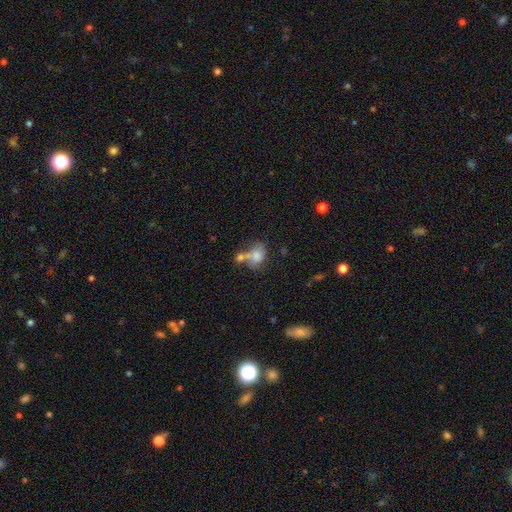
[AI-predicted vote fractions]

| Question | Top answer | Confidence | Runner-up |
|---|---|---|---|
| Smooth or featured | smooth | 70% | featured or disk (20%) |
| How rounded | in between | 67% | round (32%) |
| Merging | merger | 45% | none (27%) |